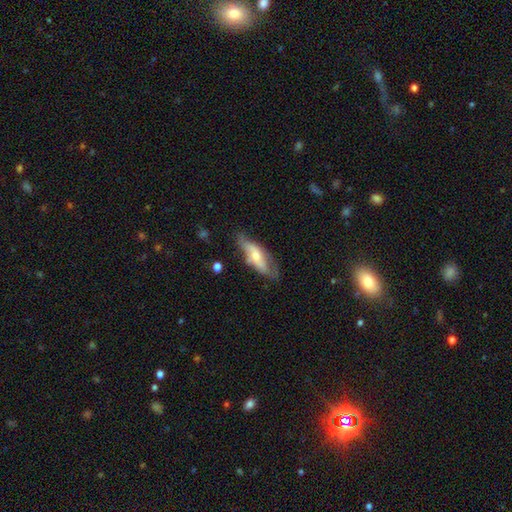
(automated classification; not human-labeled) This appears to be a featured or disk galaxy (49%). Merging: none (56%).